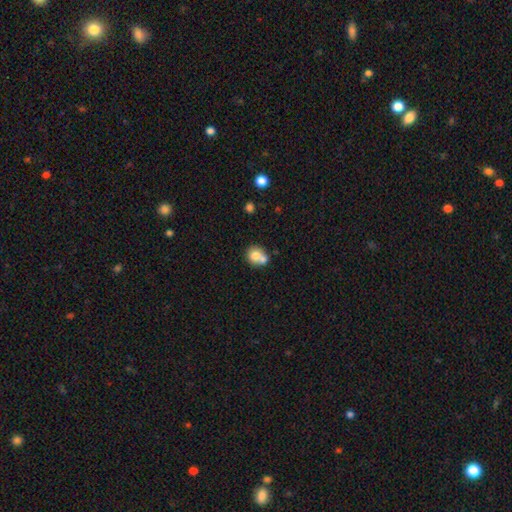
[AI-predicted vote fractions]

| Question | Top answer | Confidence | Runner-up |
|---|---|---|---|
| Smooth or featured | smooth | 73% | featured or disk (17%) |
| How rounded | round | 76% | in between (23%) |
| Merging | merger | 49% | none (39%) |